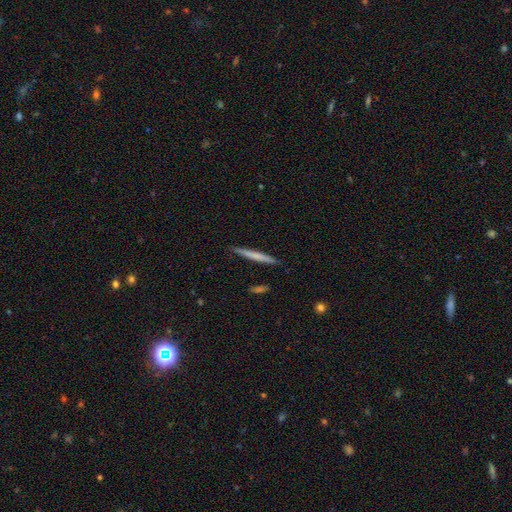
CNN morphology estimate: type=smooth (57%); roundness=cigar-shaped (97%); merging=none (89%).